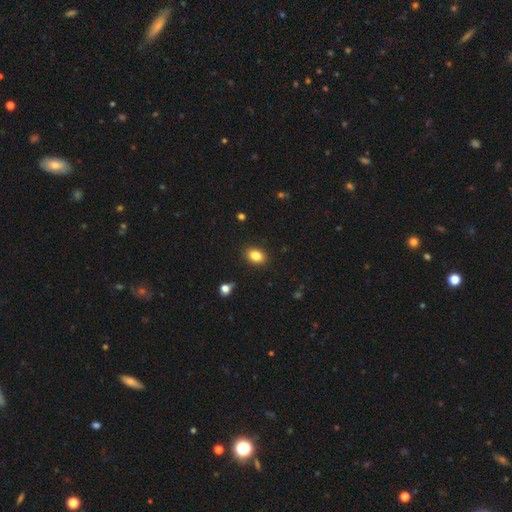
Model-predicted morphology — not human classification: This appears to be a smooth galaxy with no disk features (84%) that is in between round and cigar-shaped (74%). Merging: none (88%).